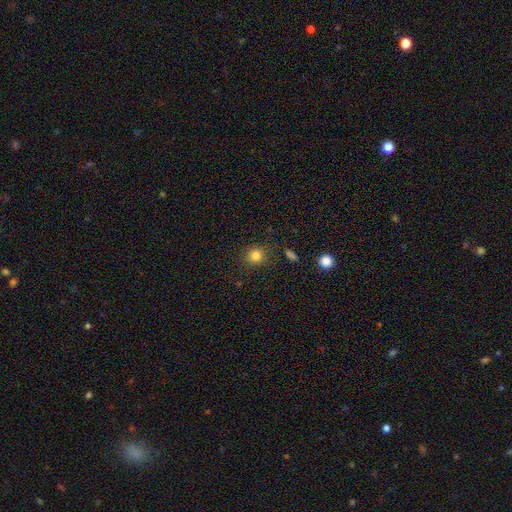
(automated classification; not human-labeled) A smooth galaxy with no disk features (82%) that is round (88%). Merging: none (87%).